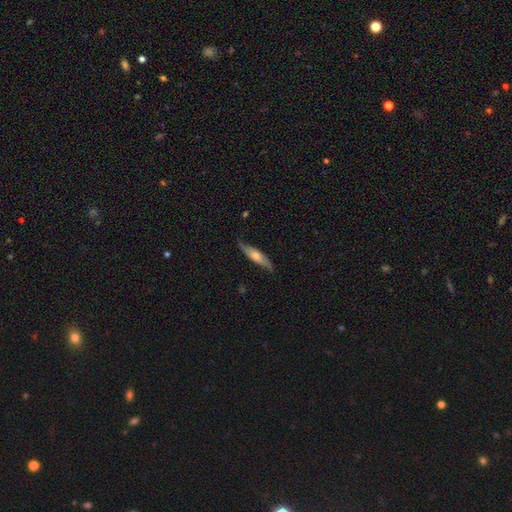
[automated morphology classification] This is possibly a featured or disk galaxy (53%). It is likely viewed edge-on (61%). Merging: likely none (75%).